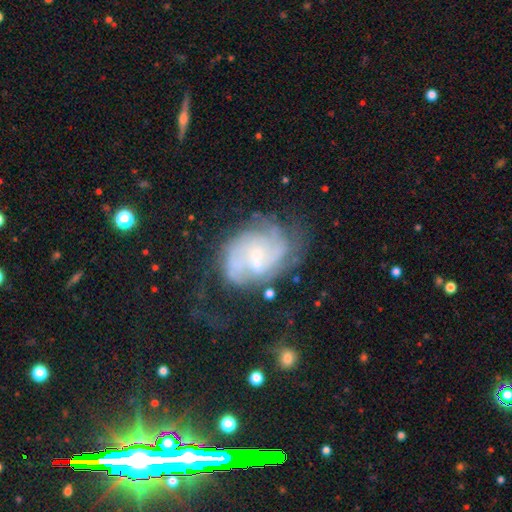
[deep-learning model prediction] The model was most divided on "spiral winding": tight: 49%, medium: 36%, loose: 15%. Remaining: edge-on disk — no (97%); spiral arms — yes (87%); smooth or featured — featured or disk (77%); bulge size — small (74%); bar — no (65%); merging — none (49%); spiral arm count — can't tell (42%).